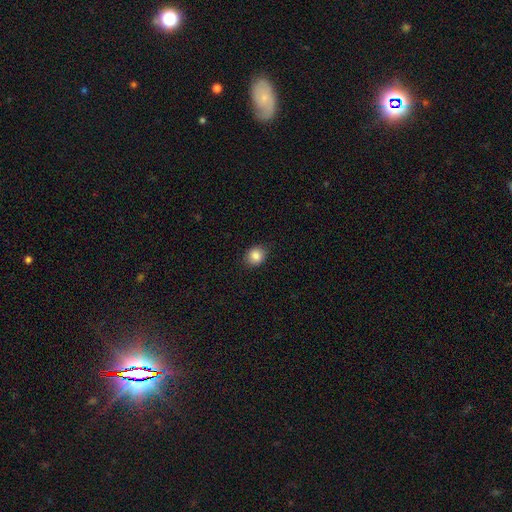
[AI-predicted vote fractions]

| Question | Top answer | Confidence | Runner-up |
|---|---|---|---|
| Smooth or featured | smooth | 86% | star or artifact (9%) |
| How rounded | round | 67% | in between (32%) |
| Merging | none | 87% | minor disturbance (10%) |